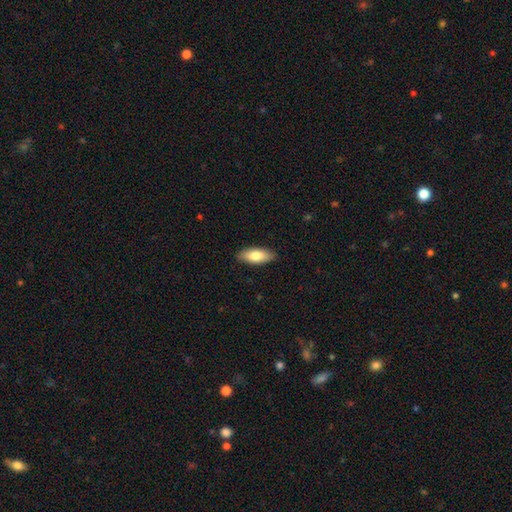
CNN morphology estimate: smooth 81%, featured or disk 14%, star or artifact 6%. Down the decision tree: how rounded — in between (81%); merging — none (88%).